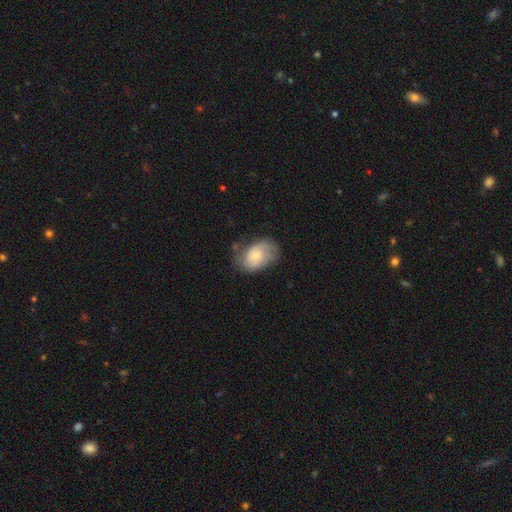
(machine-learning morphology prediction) smooth 49%, featured or disk 44%, star or artifact 7%. Down the decision tree: merging — none (51%).